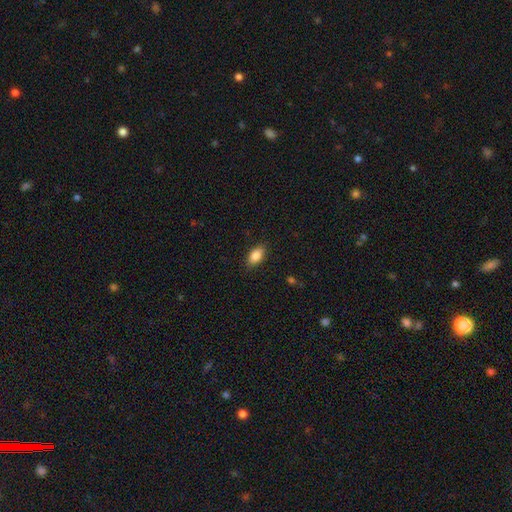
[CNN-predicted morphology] Q: Smooth or featured?
A: smooth (86%); runner-up: star or artifact (7%)
Q: How rounded?
A: in between (90%); runner-up: round (5%)
Q: Merging?
A: none (88%); runner-up: minor disturbance (9%)